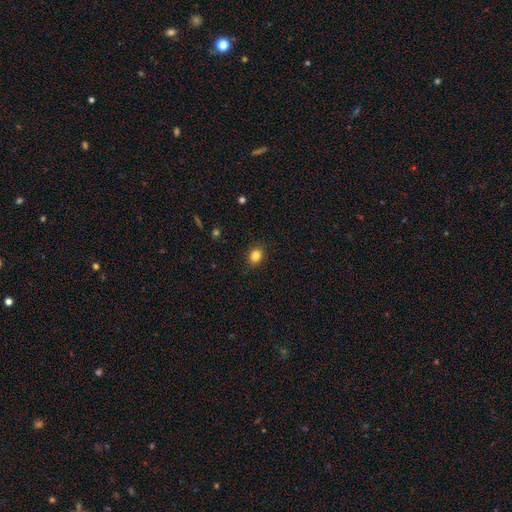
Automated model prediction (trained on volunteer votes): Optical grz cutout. It shows a smooth galaxy with no disk features (84%) that is round (51%). Merging: none (87%).